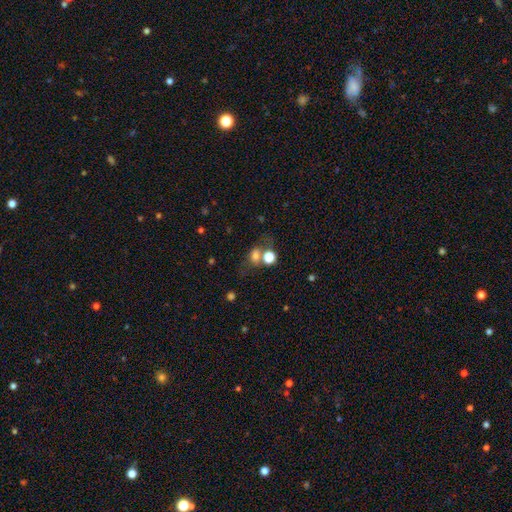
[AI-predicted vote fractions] Smooth or featured: smooth — 68% (star or artifact — 17%)
How rounded: in between — 51% (round — 48%)
Merging: none — 45% (merger — 30%)